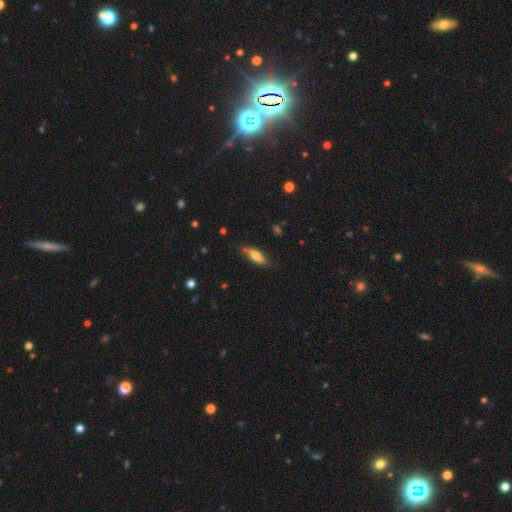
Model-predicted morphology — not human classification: type=smooth (66%); roundness=in between (62%); merging=none (70%).